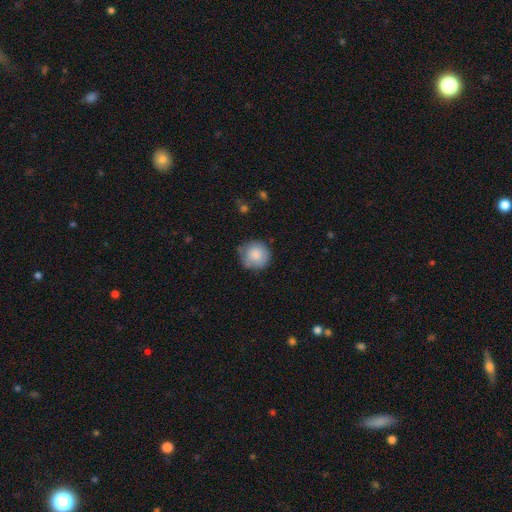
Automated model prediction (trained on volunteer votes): The model was most divided on "merging": none: 71%, minor disturbance: 22%, major disturbance: 5%, merger: 2%. More confident: how rounded — round (93%); smooth or featured — smooth (84%).